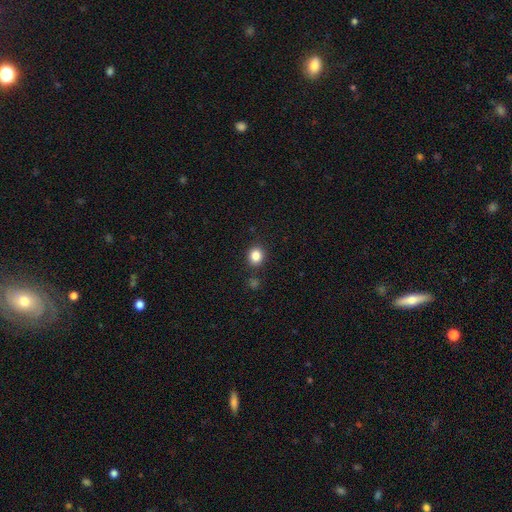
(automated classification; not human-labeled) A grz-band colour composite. It shows a smooth galaxy with no disk features (85%) that is round (75%). Merging: none (86%).